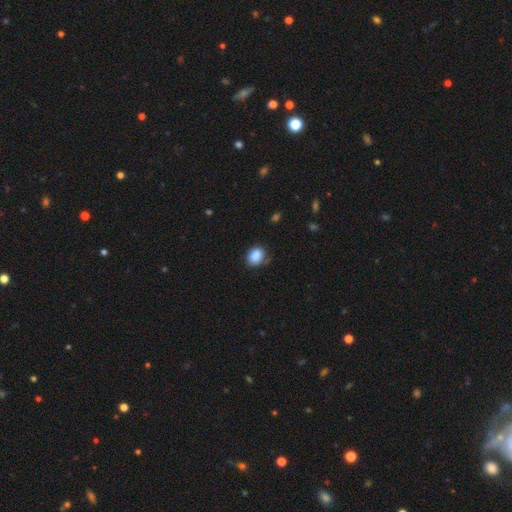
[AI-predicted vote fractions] smooth_or_featured: smooth (p=0.88) [alt: star or artifact p=0.08]
how_rounded: in between (p=0.57) [alt: round p=0.42]
merging: none (p=0.74) [alt: minor disturbance p=0.20]